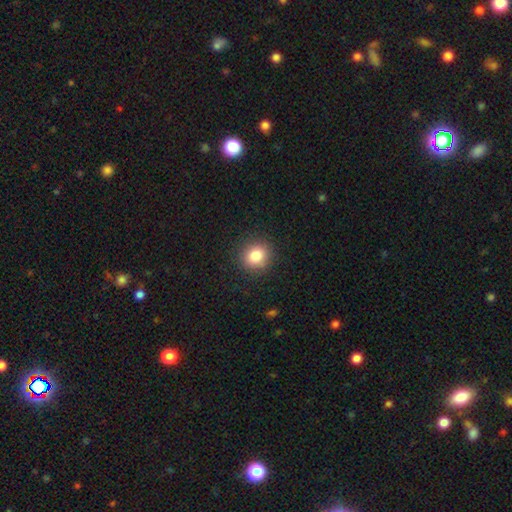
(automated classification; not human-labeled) smooth-or-featured: smooth: 84% | star or artifact: 10% | featured or disk: 6%
  how-rounded: round: 81% | in between: 18% | cigar-shaped: 1%
  merging: none: 90% | minor disturbance: 7% | major disturbance: 2% | merger: 1%